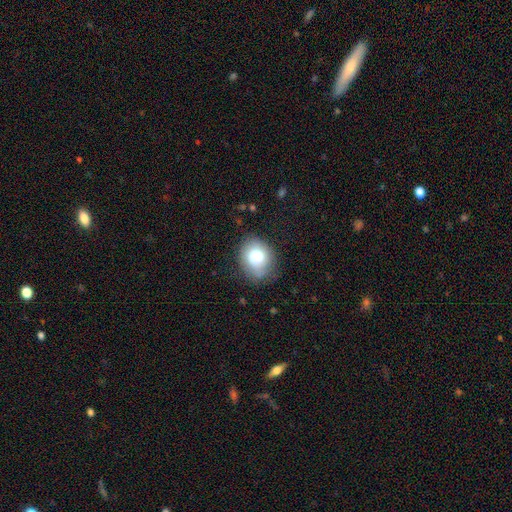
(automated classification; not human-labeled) The model was most divided on "how rounded": round: 57%, in between: 42%, cigar-shaped: 1%. More confident: merging — none (76%); smooth or featured — smooth (75%).